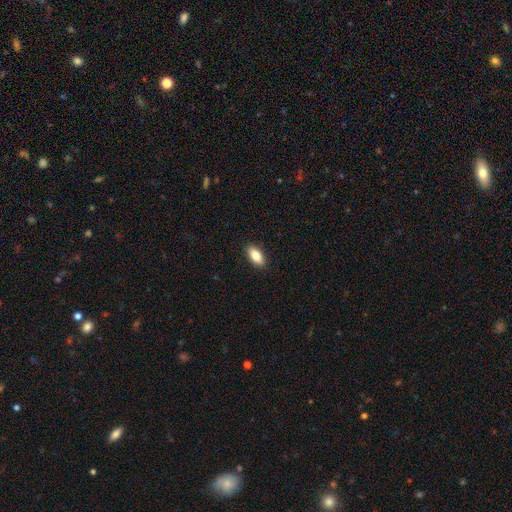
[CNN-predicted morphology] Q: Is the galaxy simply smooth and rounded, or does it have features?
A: smooth — 83%.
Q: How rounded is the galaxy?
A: in between — 88%.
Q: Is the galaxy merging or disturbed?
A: none — 90%.